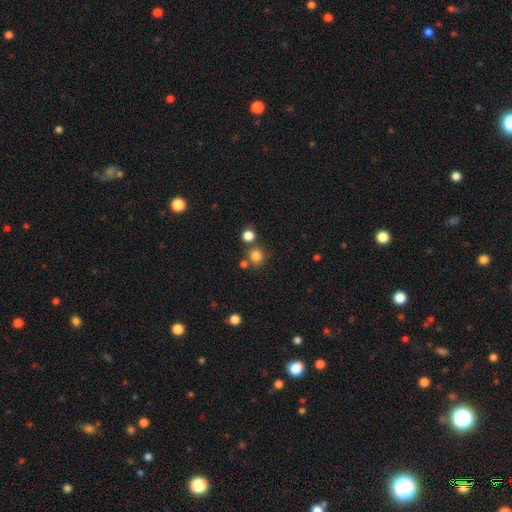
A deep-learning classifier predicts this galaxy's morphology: Q: Smooth or featured?
A: smooth (81%); runner-up: star or artifact (14%)
Q: How rounded?
A: round (88%); runner-up: in between (11%)
Q: Merging?
A: none (72%); runner-up: merger (16%)